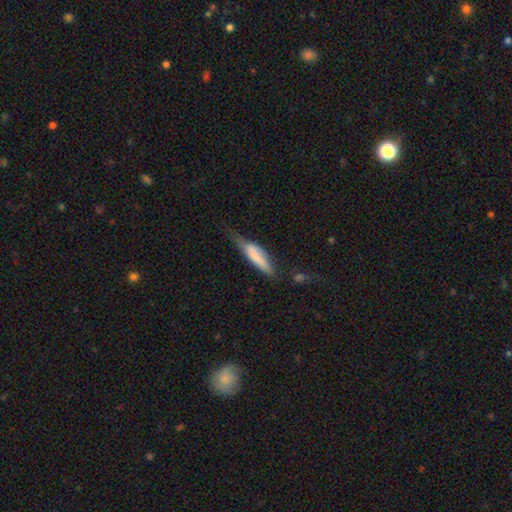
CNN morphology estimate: Q: Smooth or featured?
A: smooth (63%); runner-up: featured or disk (30%)
Q: How rounded?
A: cigar-shaped (69%); runner-up: in between (29%)
Q: Merging?
A: none (40%); runner-up: minor disturbance (36%)